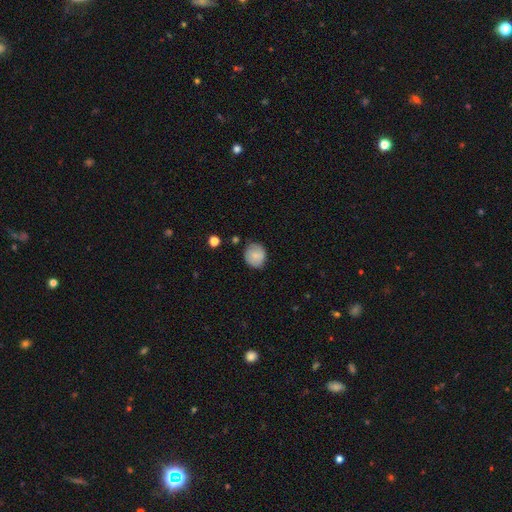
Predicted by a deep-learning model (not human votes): smooth 78%, featured or disk 14%, star or artifact 8%. Down the decision tree: how rounded — round (78%); merging — none (75%).